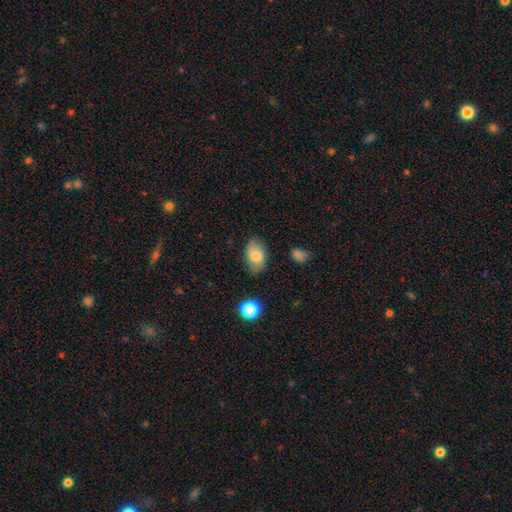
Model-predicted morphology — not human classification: This appears to be a smooth galaxy with no disk features (78%) that is in between round and cigar-shaped (90%). Merging: none (76%).